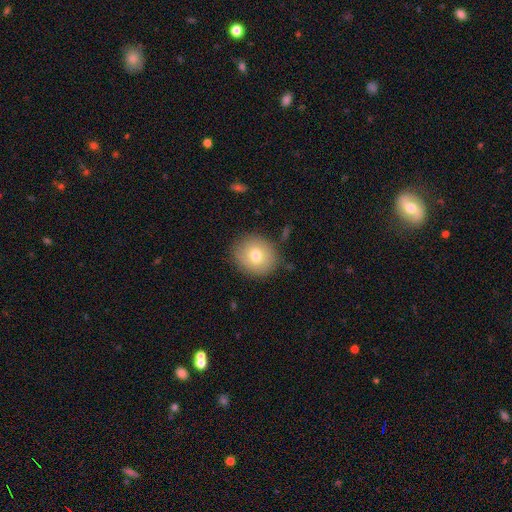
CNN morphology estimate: This is likely a smooth galaxy (74%). How rounded: clearly round (82%). Merging: clearly none (84%).